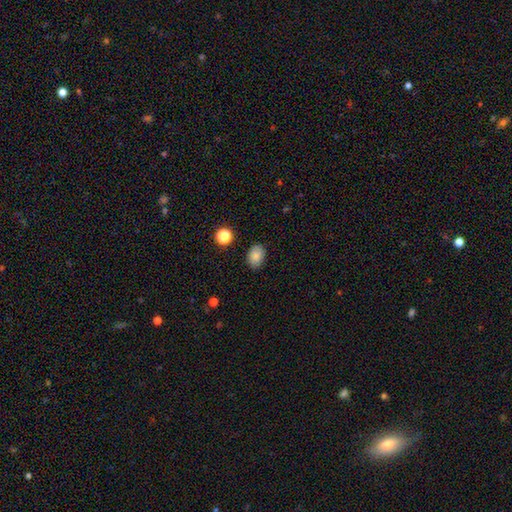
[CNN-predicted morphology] This is clearly a smooth galaxy (85%). How rounded: likely in between (73%). Merging: clearly none (84%).